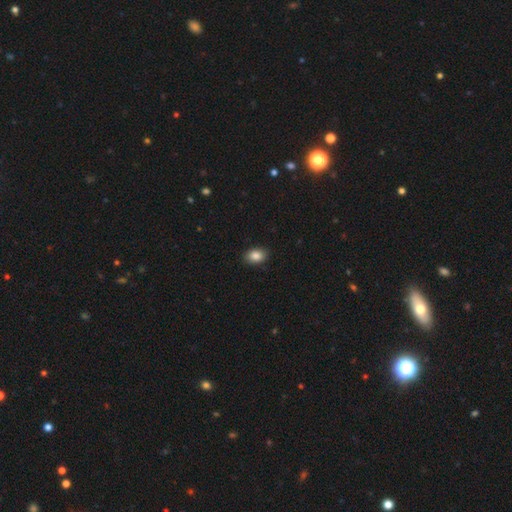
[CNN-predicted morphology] smooth-or-featured: smooth: 87% | star or artifact: 8% | featured or disk: 5%
  how-rounded: in between: 82% | round: 17% | cigar-shaped: 1%
  merging: none: 88% | minor disturbance: 9% | major disturbance: 2% | merger: 1%